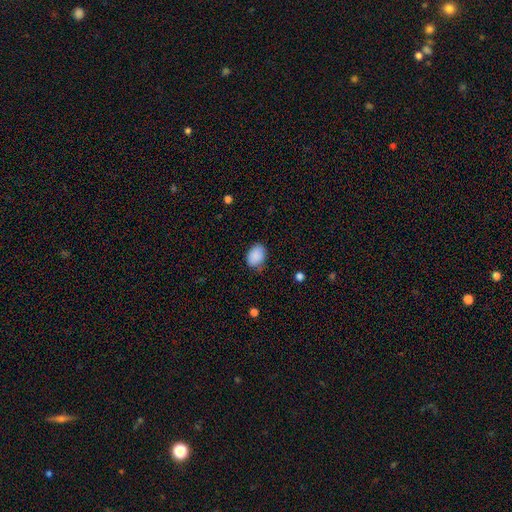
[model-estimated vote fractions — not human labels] This appears to be a smooth galaxy with no disk features (89%) that is in between round and cigar-shaped (76%). Merging: none (76%).